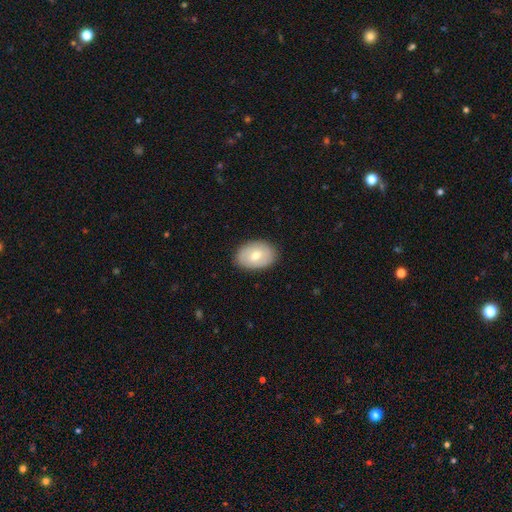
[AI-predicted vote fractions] This appears to be a smooth galaxy with no disk features (67%) that is in between round and cigar-shaped (83%). Merging: none (86%).